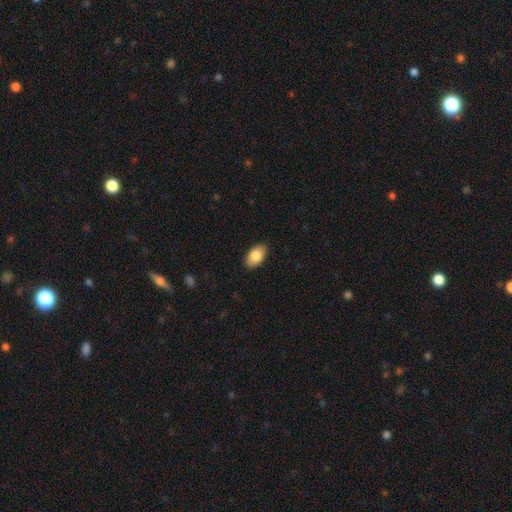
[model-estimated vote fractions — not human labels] Smooth or featured?
  - smooth: 85% *
  - featured or disk: 9%
  - star or artifact: 7%
How rounded?
  - in between: 93% *
  - round: 5%
  - cigar-shaped: 2%
Merging?
  - none: 87% *
  - minor disturbance: 10%
  - major disturbance: 2%
  - merger: 1%